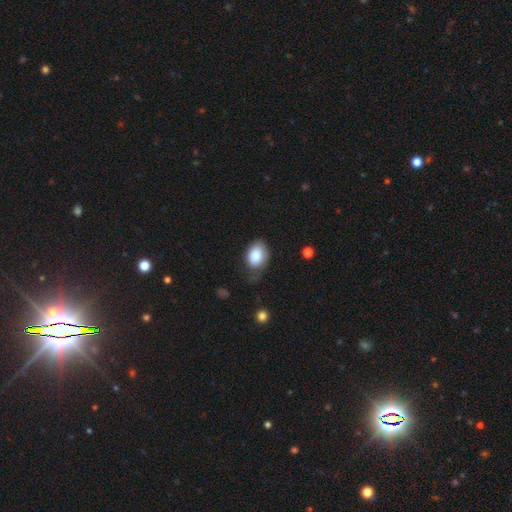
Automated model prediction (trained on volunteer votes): Morphology: type=smooth (85%); roundness=in between (75%); merging=none (48%).